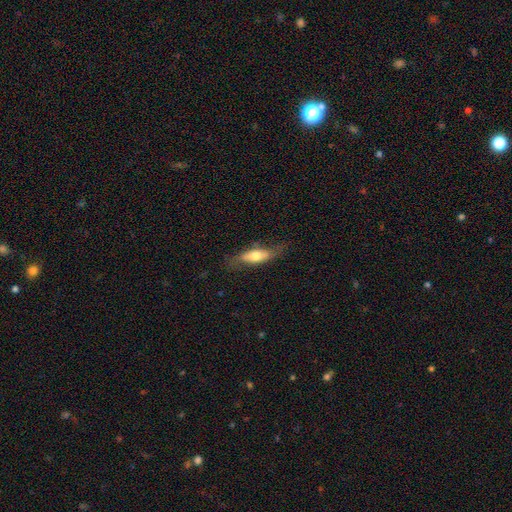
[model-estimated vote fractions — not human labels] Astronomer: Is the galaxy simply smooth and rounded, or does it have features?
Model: smooth — 58% (runner-up: featured or disk, 36%).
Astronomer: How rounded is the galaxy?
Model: in between — 62%.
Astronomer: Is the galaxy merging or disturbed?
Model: none — 65%.